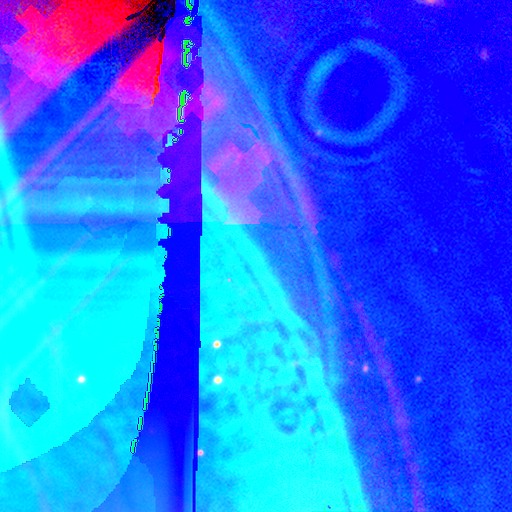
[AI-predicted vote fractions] Overall: star or artifact (88%).